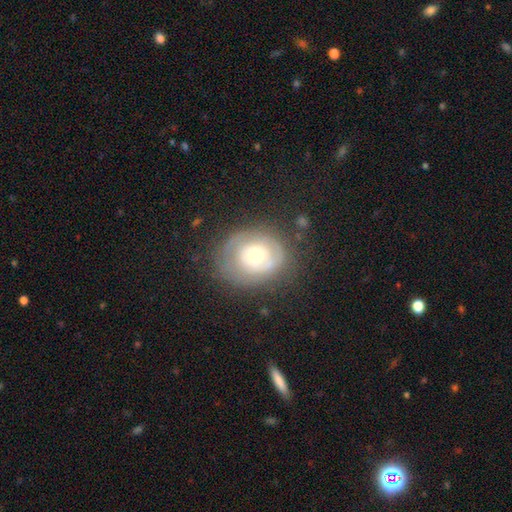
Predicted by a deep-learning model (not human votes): This appears to be a featured or disk galaxy (56%) with no bar (84%), spiral arms (51%) and a moderate central bulge (63%). Merging: none (65%).